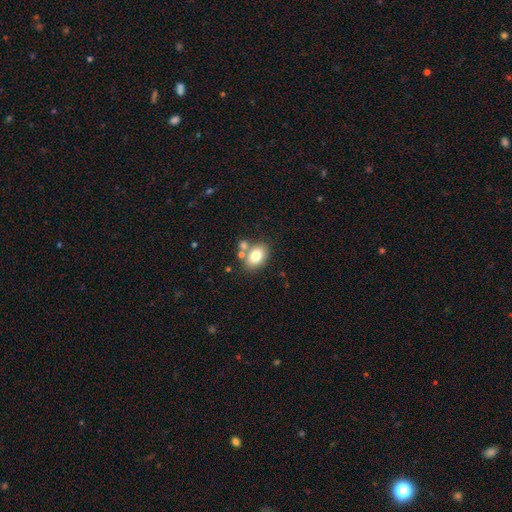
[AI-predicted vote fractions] Overall: smooth (78%). How rounded: in between (80%). Merging: none (62%).